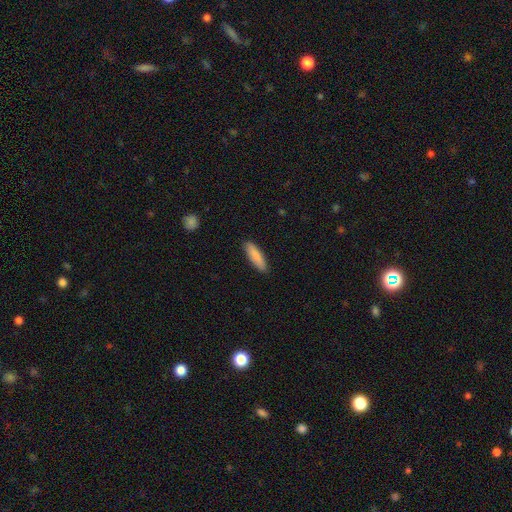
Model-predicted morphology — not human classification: smooth_or_featured: smooth (p=0.87) [alt: featured or disk p=0.07]
how_rounded: cigar-shaped (p=0.65) [alt: in between p=0.34]
merging: none (p=0.89) [alt: minor disturbance p=0.08]